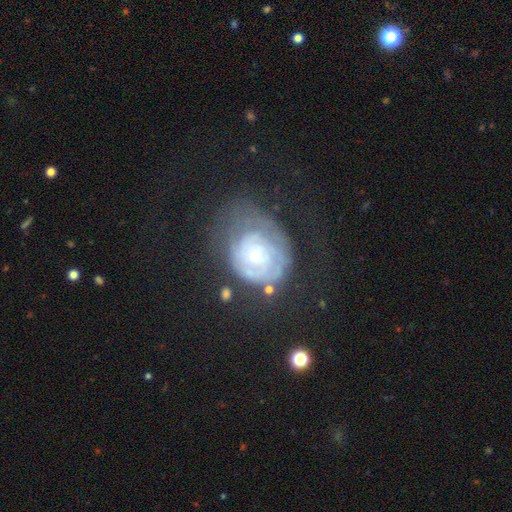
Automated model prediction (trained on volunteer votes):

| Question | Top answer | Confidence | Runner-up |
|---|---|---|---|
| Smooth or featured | featured or disk | 68% | smooth (22%) |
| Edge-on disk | no | 97% | yes (3%) |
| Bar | no | 75% | weak (22%) |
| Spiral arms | yes | 80% | no (20%) |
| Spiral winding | tight | 66% | medium (24%) |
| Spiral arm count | can't tell | 49% | 2 (24%) |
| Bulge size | small | 40% | moderate (30%) |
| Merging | none | 43% | major disturbance (28%) |